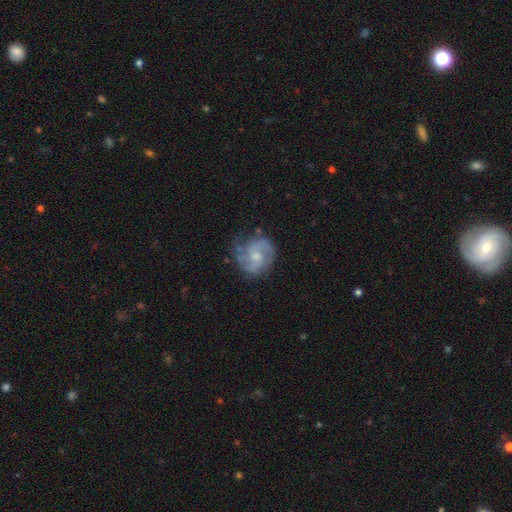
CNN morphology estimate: Q: Smooth or featured?
A: featured or disk (84%); runner-up: smooth (11%)
Q: Edge-on disk?
A: no (98%); runner-up: yes (2%)
Q: Bar?
A: no (48%); runner-up: weak (45%)
Q: Spiral arms?
A: yes (96%); runner-up: no (4%)
Q: Spiral winding?
A: medium (55%); runner-up: tight (28%)
Q: Spiral arm count?
A: 2 (85%); runner-up: can't tell (6%)
Q: Bulge size?
A: moderate (45%); runner-up: small (43%)
Q: Merging?
A: none (72%); runner-up: minor disturbance (20%)